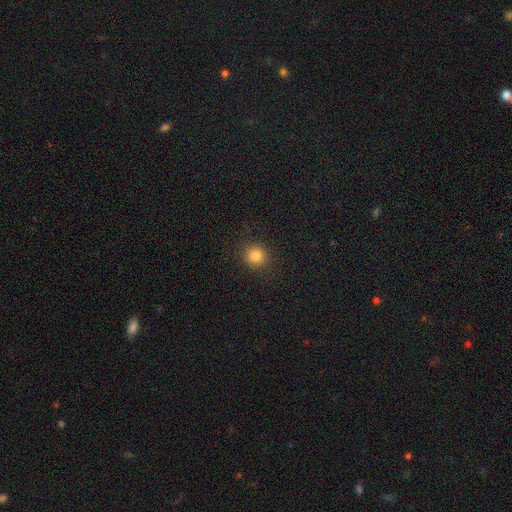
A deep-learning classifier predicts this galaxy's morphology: Overall: smooth (83%). How rounded: round (90%). Merging: none (90%).